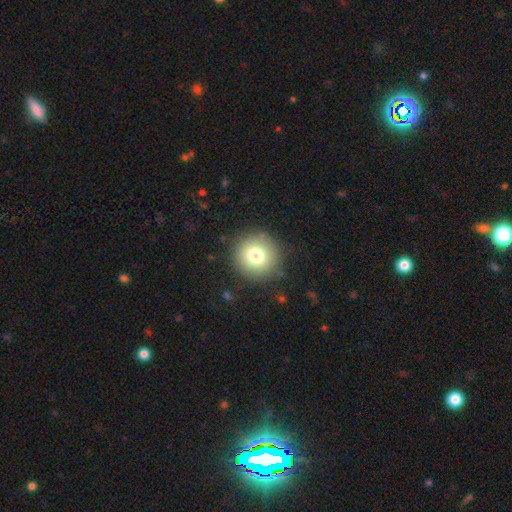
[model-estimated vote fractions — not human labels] Smooth or featured? Predicted: smooth (p=0.79). How rounded? Predicted: round (p=0.95). Merging? Predicted: none (p=0.89).